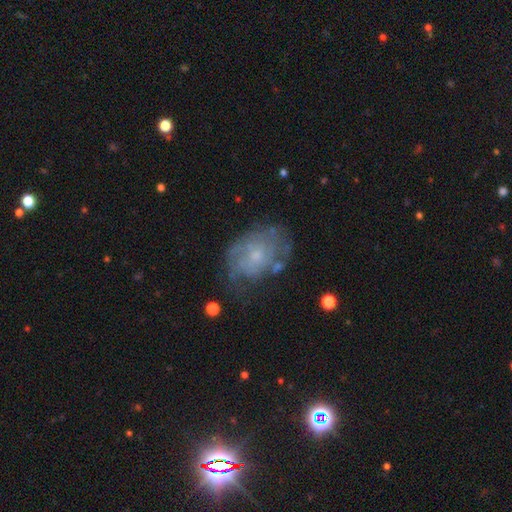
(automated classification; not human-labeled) The model was most divided on "merging": none: 56%, minor disturbance: 24%, major disturbance: 16%, merger: 3%. More confident: edge-on disk — no (97%); bar — no (79%); spiral arms — yes (72%); bulge size — small (68%); smooth or featured — featured or disk (65%).